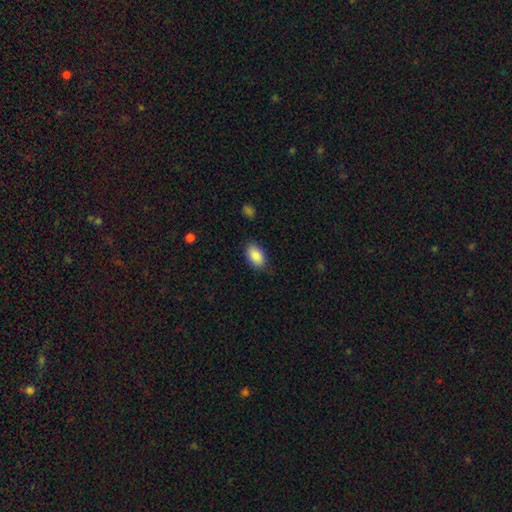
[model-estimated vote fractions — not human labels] Smooth or featured? smooth (89%)
How rounded? in between (93%)
Merging? none (84%)